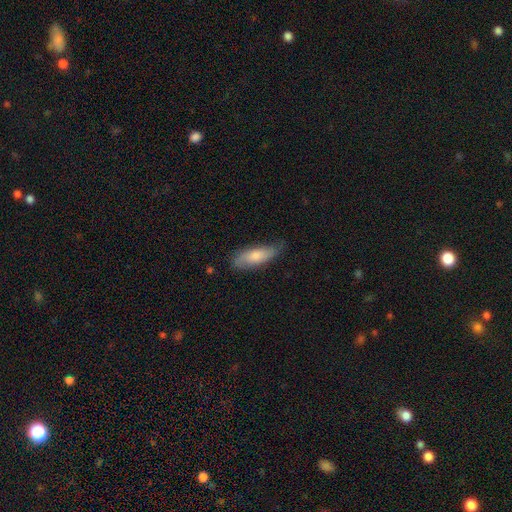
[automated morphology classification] The model was most divided on "how rounded": in between: 57%, cigar-shaped: 41%, round: 2%. More confident: merging — none (70%); smooth or featured — smooth (68%).